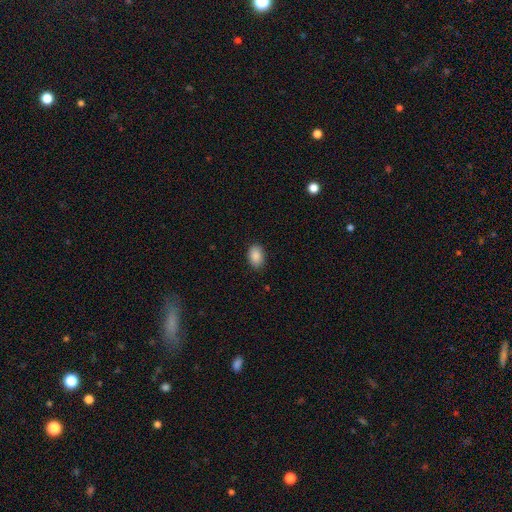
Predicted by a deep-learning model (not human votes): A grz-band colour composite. It shows a smooth galaxy with no disk features (89%) that is in between round and cigar-shaped (85%). Merging: none (86%).